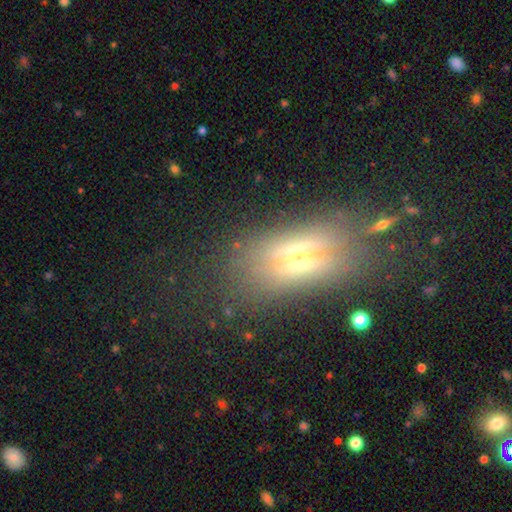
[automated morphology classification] A smooth galaxy with no disk features (49%). Merging: none (59%).